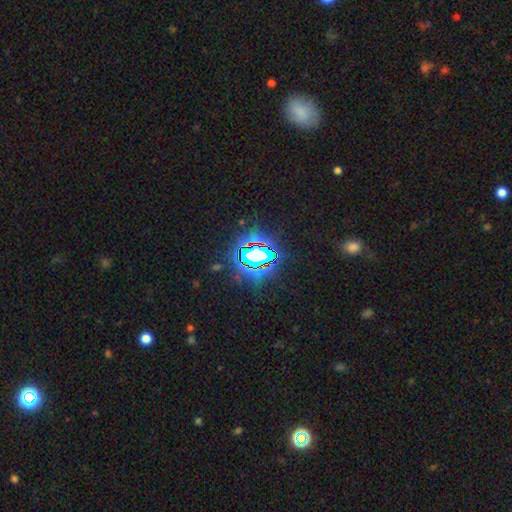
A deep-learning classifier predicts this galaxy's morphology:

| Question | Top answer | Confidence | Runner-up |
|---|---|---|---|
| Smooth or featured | star or artifact | 75% | smooth (14%) |